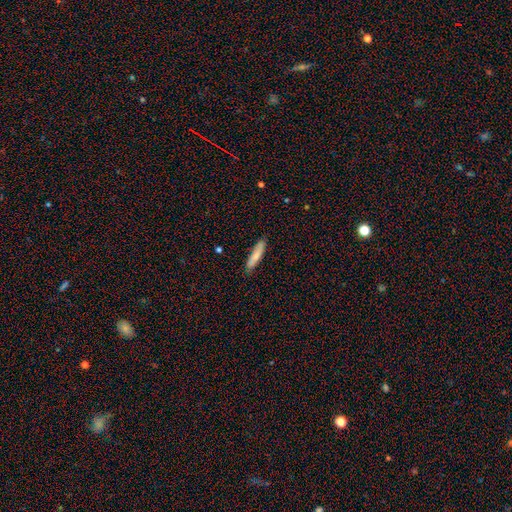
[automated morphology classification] Smooth or featured?
  - smooth: 75% *
  - featured or disk: 20%
  - star or artifact: 5%
How rounded?
  - cigar-shaped: 80% *
  - in between: 19%
  - round: 1%
Merging?
  - none: 86% *
  - minor disturbance: 11%
  - major disturbance: 2%
  - merger: 1%